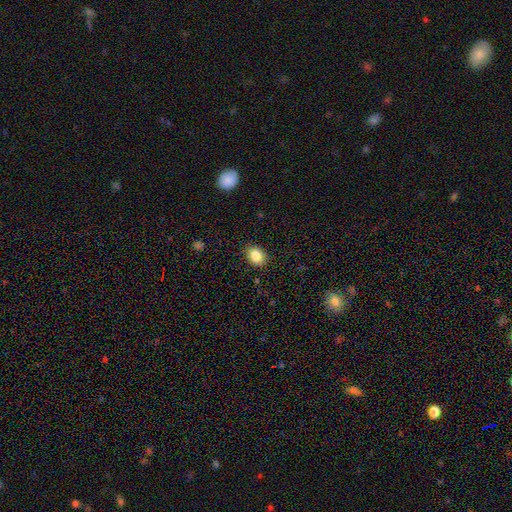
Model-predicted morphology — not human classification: smooth 85%, star or artifact 9%, featured or disk 5%. Down the decision tree: how rounded — in between (57%); merging — none (86%).